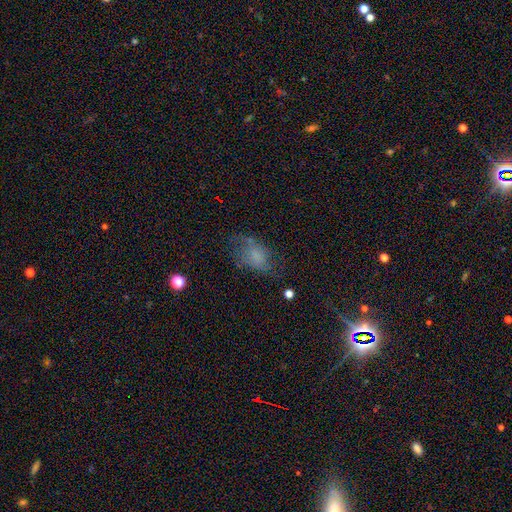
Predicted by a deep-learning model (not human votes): The model was most divided on "merging": none: 46%, minor disturbance: 26%, major disturbance: 25%, merger: 3%. More confident: how rounded — in between (83%); smooth or featured — smooth (57%).